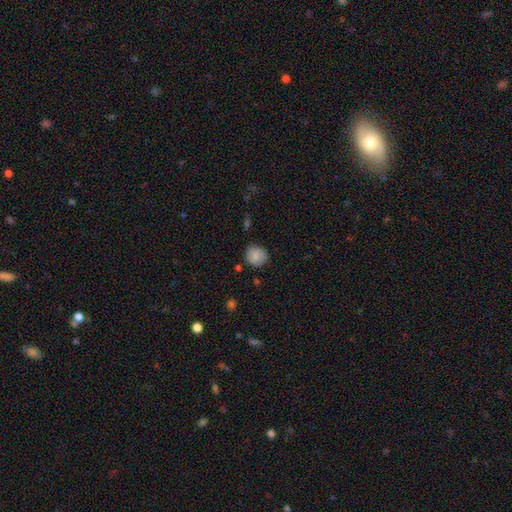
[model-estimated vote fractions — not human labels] Smooth or featured?
  - smooth: 86% *
  - star or artifact: 8%
  - featured or disk: 6%
How rounded?
  - round: 86% *
  - in between: 13%
  - cigar-shaped: 1%
Merging?
  - none: 82% *
  - minor disturbance: 13%
  - major disturbance: 3%
  - merger: 2%